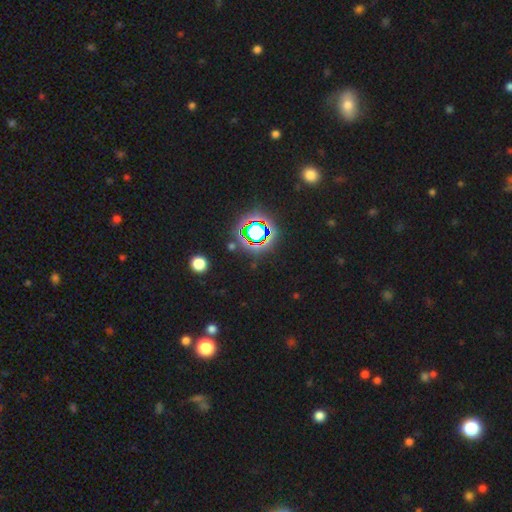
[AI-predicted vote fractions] Q: Smooth or featured?
A: star or artifact (79%); runner-up: smooth (14%)